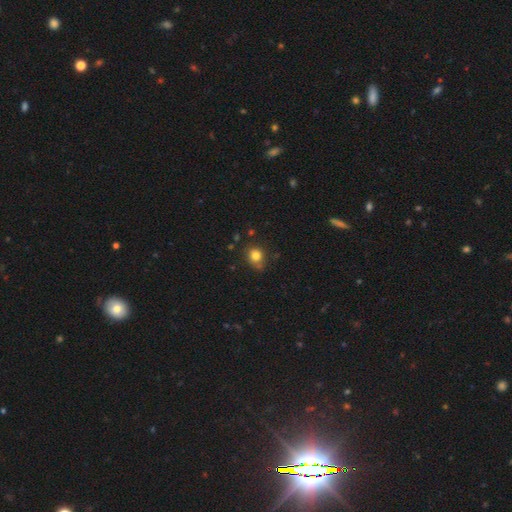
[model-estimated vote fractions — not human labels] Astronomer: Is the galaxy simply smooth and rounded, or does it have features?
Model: smooth — 81%.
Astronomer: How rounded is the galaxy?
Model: round — 73%.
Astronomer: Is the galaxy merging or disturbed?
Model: none — 70%.